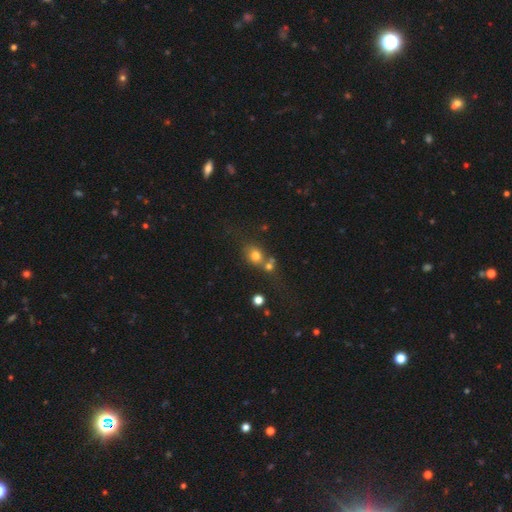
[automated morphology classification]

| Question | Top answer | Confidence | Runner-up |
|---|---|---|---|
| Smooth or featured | smooth | 74% | star or artifact (14%) |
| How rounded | round | 70% | in between (29%) |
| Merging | merger | 41% | tied: none (41%) |